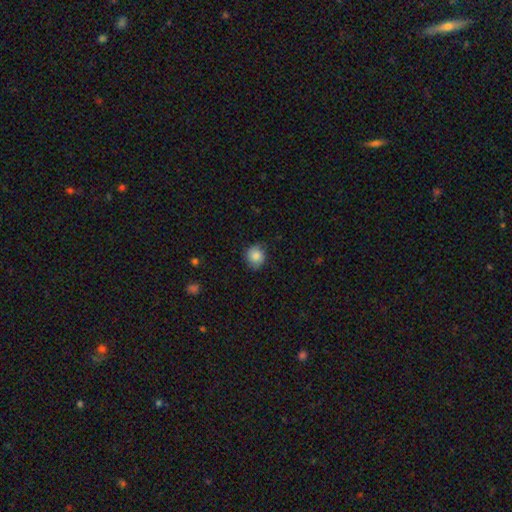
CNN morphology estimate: Smooth or featured? smooth (85%)
How rounded? round (82%)
Merging? none (77%)